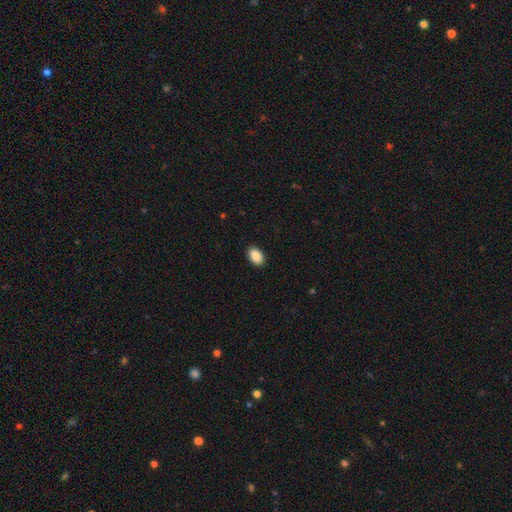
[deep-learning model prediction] smooth_or_featured: smooth (p=0.89) [alt: star or artifact p=0.07]
how_rounded: in between (p=0.88) [alt: round p=0.10]
merging: none (p=0.91) [alt: minor disturbance p=0.07]